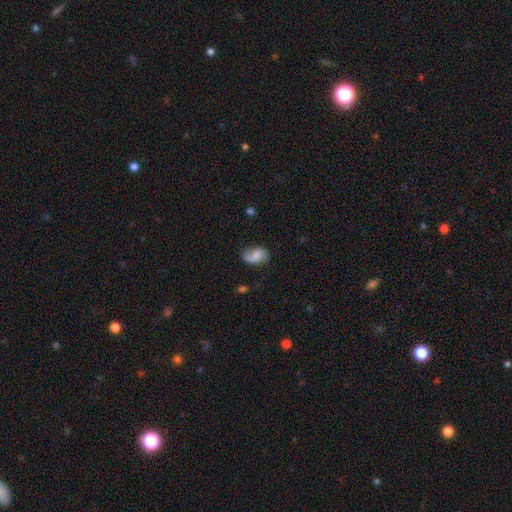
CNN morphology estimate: Smooth or featured? featured or disk (50%)
Edge-on disk? no (97%)
Merging? none (61%)